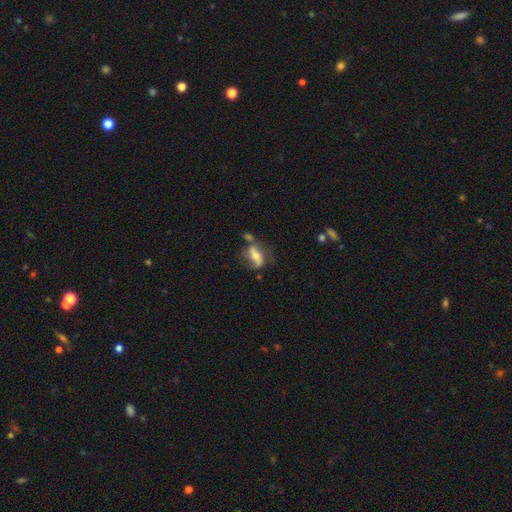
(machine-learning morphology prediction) A smooth galaxy with no disk features (47%).

Vote fractions:
- Smooth or featured? smooth: 47% / featured or disk: 45% / star or artifact: 9%
- Merging? none: 45% / minor disturbance: 22% / merger: 18% / major disturbance: 15%